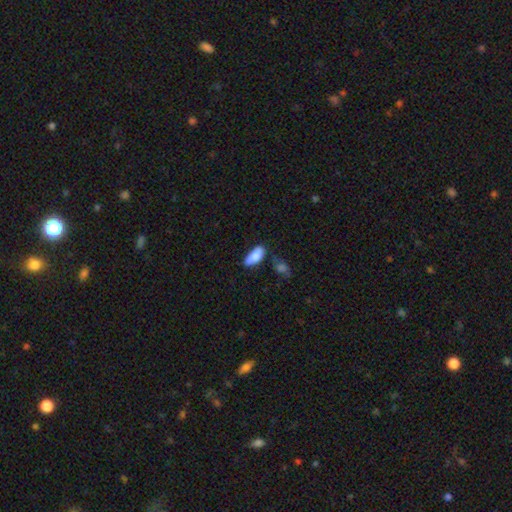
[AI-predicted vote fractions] smooth_or_featured: smooth (p=0.79) [alt: featured or disk p=0.15]
how_rounded: in between (p=0.85) [alt: cigar-shaped p=0.13]
merging: none (p=0.54) [alt: minor disturbance p=0.30]